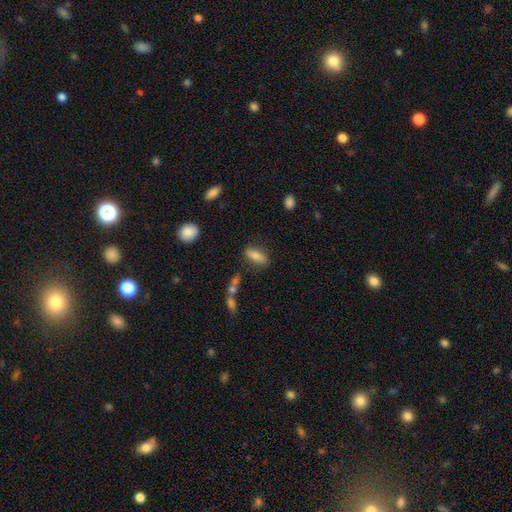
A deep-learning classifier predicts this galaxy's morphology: This appears to be a smooth galaxy with no disk features (74%) that is in between round and cigar-shaped (67%). Merging: none (78%).